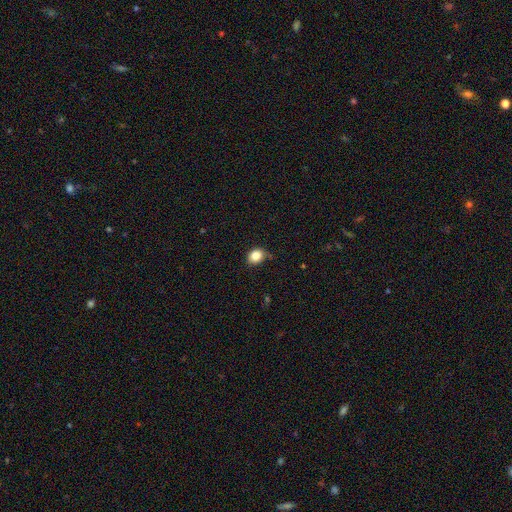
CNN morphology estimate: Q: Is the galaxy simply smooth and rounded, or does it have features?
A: smooth — 85%.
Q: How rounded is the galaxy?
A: round — 58%.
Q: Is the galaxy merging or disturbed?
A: none — 73%.